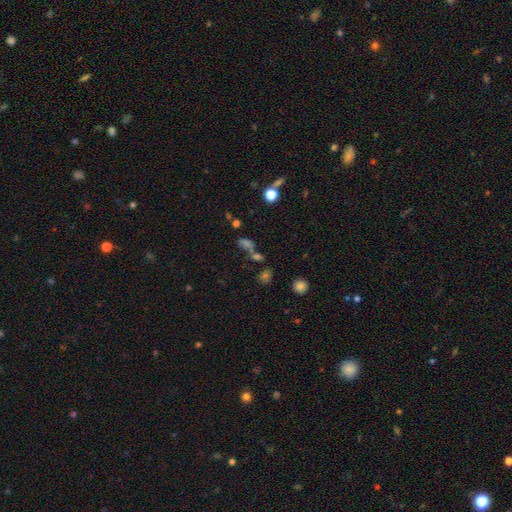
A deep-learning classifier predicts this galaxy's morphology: The model was most divided on "smooth or featured": smooth: 43%, star or artifact: 41%, featured or disk: 15%. More confident: merging — none (53%).